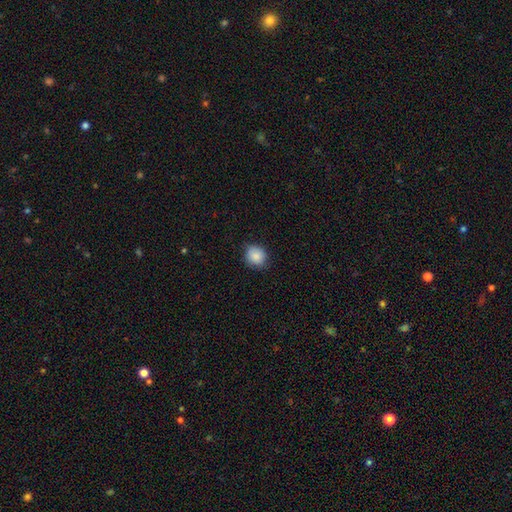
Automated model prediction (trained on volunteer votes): A smooth galaxy with no disk features (87%) that is round (79%). Merging: none (82%).